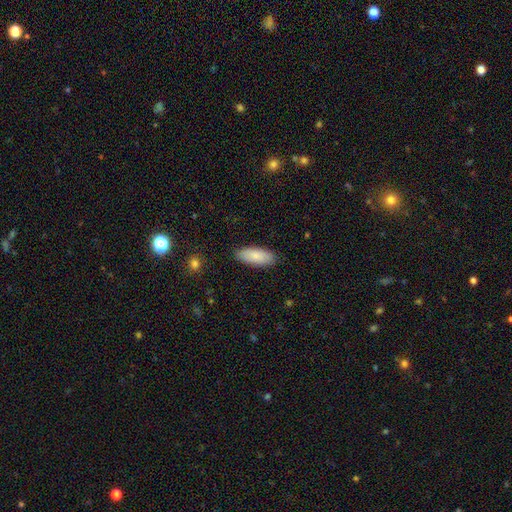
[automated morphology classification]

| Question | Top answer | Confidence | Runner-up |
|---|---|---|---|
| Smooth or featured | smooth | 85% | featured or disk (9%) |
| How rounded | in between | 82% | cigar-shaped (17%) |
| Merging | none | 87% | minor disturbance (10%) |